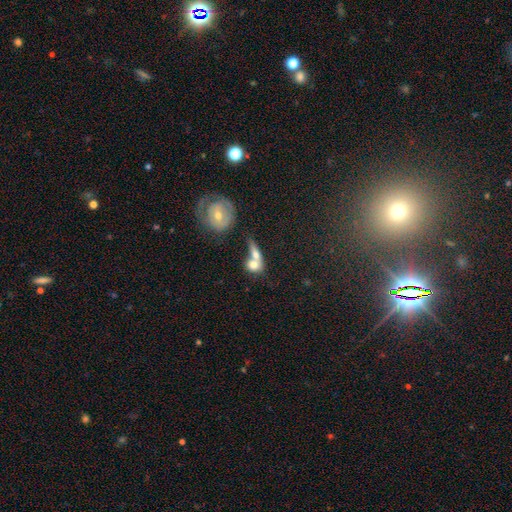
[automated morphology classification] Smooth or featured? Predicted: smooth (p=0.66). How rounded? Predicted: round (p=0.48). Merging? Predicted: merger (p=0.59).